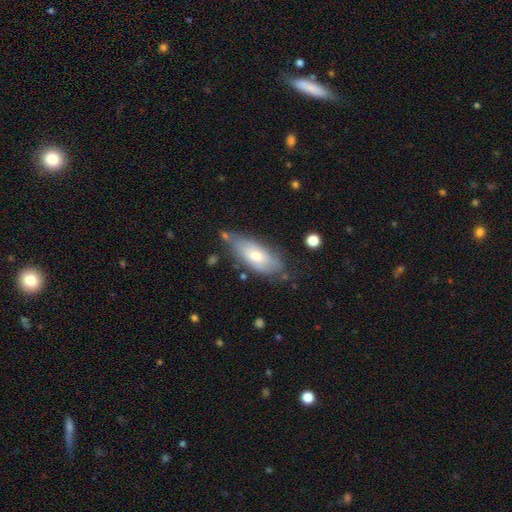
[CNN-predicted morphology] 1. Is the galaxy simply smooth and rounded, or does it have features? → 59% smooth, 35% featured or disk, 6% star or artifact.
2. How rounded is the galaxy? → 82% in between, 16% cigar-shaped, 2% round.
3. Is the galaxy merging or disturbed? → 60% none, 28% minor disturbance, 7% major disturbance, 5% merger.